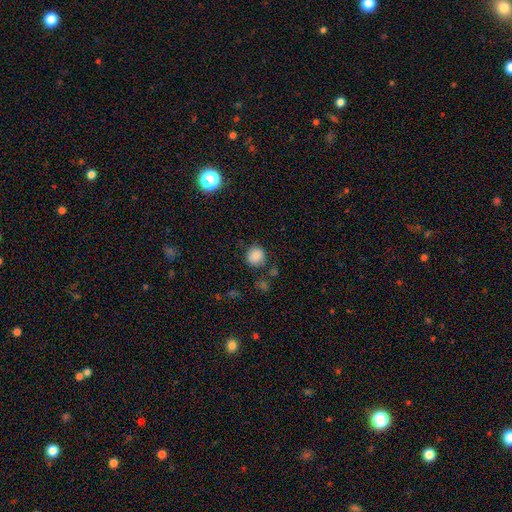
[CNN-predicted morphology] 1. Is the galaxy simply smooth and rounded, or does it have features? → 85% smooth, 11% star or artifact, 4% featured or disk.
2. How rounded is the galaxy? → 87% round, 12% in between, 1% cigar-shaped.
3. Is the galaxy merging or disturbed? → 79% none, 13% minor disturbance, 5% merger, 4% major disturbance.